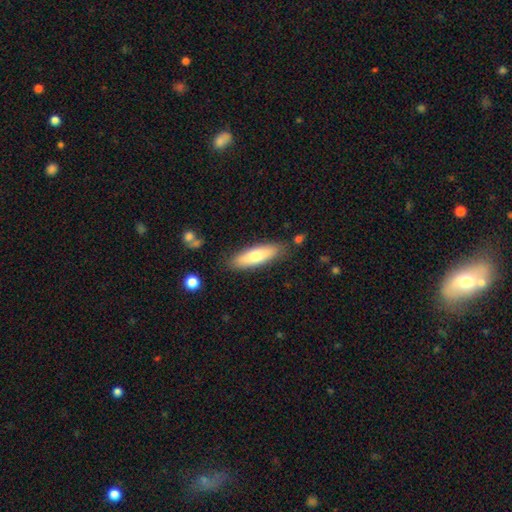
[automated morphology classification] A smooth galaxy with no disk features (67%) that is cigar-shaped (58%).

Vote fractions:
- Smooth or featured? smooth: 67% / featured or disk: 27% / star or artifact: 6%
- How rounded? cigar-shaped: 58% / in between: 40% / round: 2%
- Merging? none: 85% / minor disturbance: 11% / major disturbance: 2% / merger: 2%